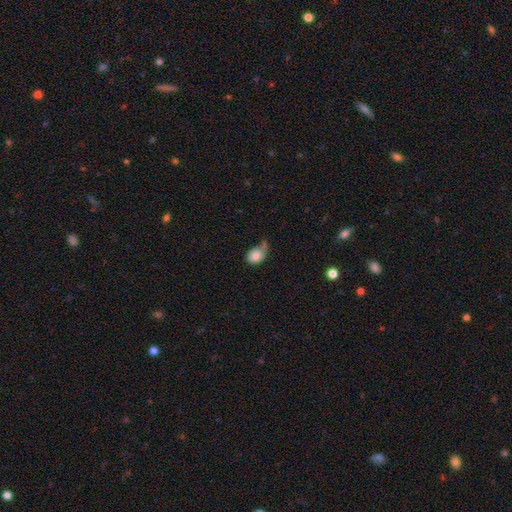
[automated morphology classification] Smooth or featured?
  - smooth: 81% *
  - featured or disk: 11%
  - star or artifact: 8%
How rounded?
  - in between: 63% *
  - round: 35%
  - cigar-shaped: 1%
Merging?
  - minor disturbance: 36% *
  - none: 32%
  - major disturbance: 22%
  - merger: 9%